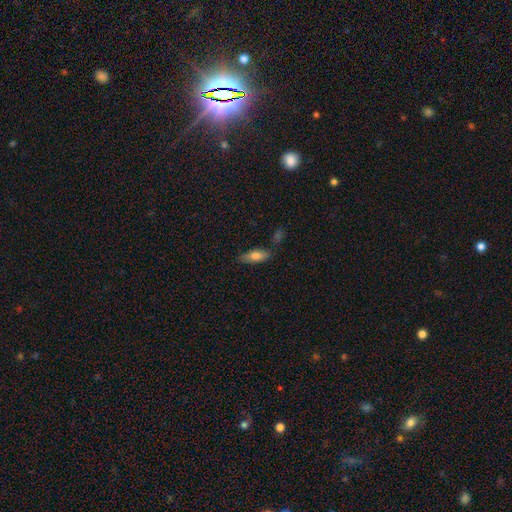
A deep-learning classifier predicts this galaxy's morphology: The model was most divided on "how rounded": in between: 66%, cigar-shaped: 32%, round: 2%. More confident: merging — none (75%); smooth or featured — smooth (75%).